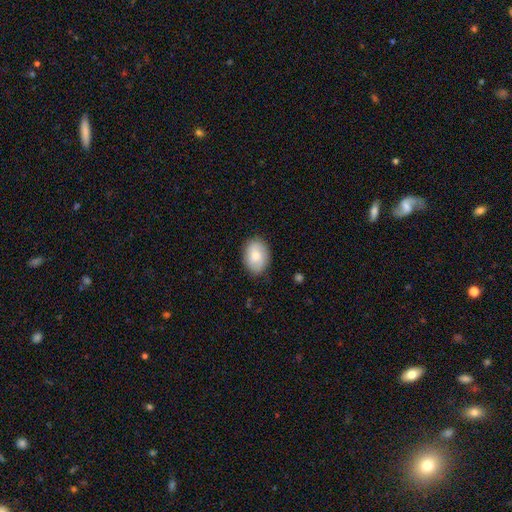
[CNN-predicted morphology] Smooth or featured? Predicted: smooth (p=0.74). How rounded? Predicted: in between (p=0.78). Merging? Predicted: none (p=0.84).